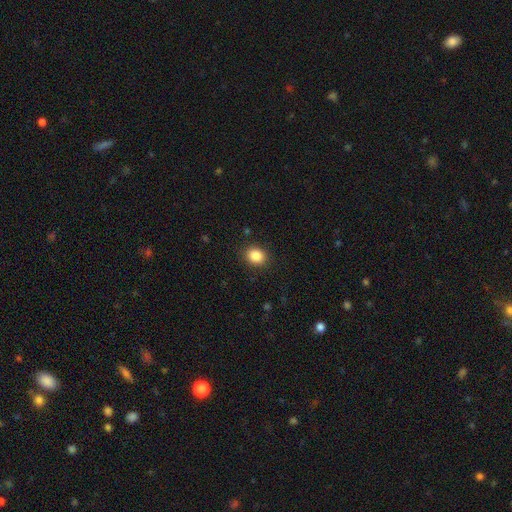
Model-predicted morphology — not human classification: Smooth or featured? Predicted: smooth (p=0.87). How rounded? Predicted: round (p=0.61). Merging? Predicted: none (p=0.89).